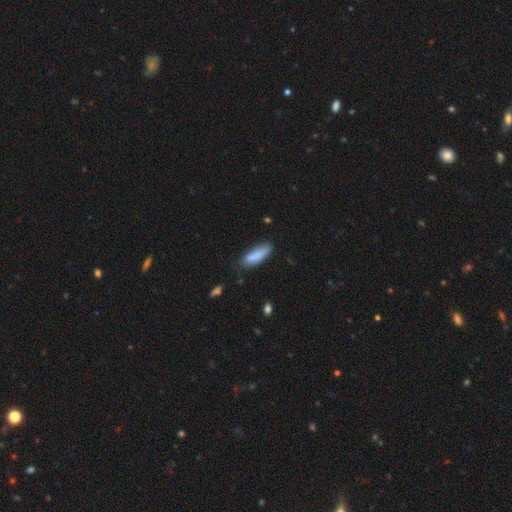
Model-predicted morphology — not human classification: Smooth or featured?
  - smooth: 85% *
  - featured or disk: 8%
  - star or artifact: 7%
How rounded?
  - in between: 53% *
  - cigar-shaped: 45%
  - round: 2%
Merging?
  - none: 63% *
  - minor disturbance: 28%
  - major disturbance: 6%
  - merger: 3%